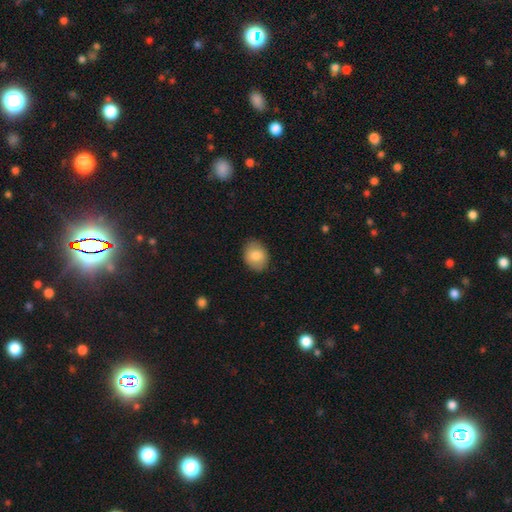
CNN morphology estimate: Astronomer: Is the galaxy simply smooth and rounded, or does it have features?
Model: smooth — 83%.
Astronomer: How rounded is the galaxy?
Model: in between — 63%.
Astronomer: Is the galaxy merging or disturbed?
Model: none — 86%.